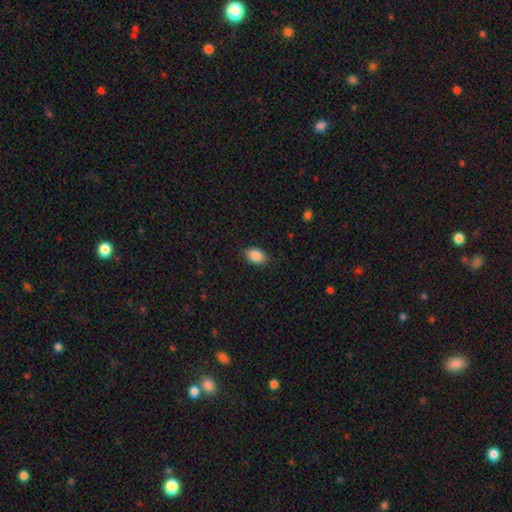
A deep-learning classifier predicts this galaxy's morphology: smooth_or_featured: smooth (p=0.88) [alt: star or artifact p=0.08]
how_rounded: in between (p=0.84) [alt: round p=0.15]
merging: none (p=0.87) [alt: minor disturbance p=0.10]